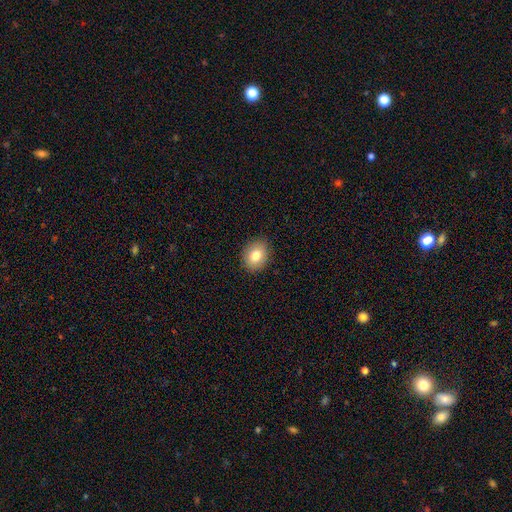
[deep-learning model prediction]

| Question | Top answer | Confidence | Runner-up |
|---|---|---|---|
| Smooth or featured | smooth | 79% | featured or disk (12%) |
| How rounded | in between | 54% | round (45%) |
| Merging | none | 89% | minor disturbance (8%) |